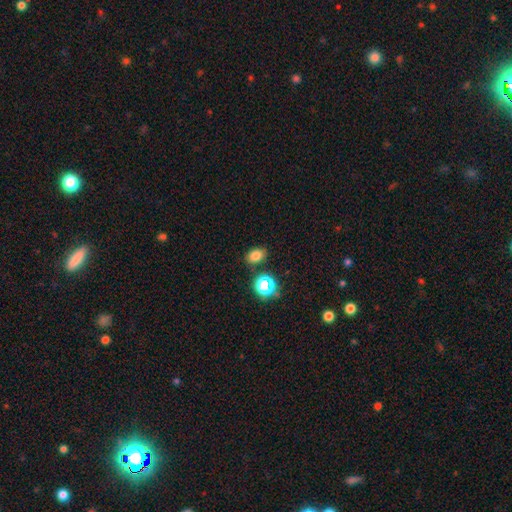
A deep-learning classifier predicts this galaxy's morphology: Smooth or featured?
  - smooth: 75% *
  - star or artifact: 18%
  - featured or disk: 7%
How rounded?
  - in between: 75% *
  - round: 24%
  - cigar-shaped: 1%
Merging?
  - none: 81% *
  - minor disturbance: 11%
  - merger: 6%
  - major disturbance: 3%